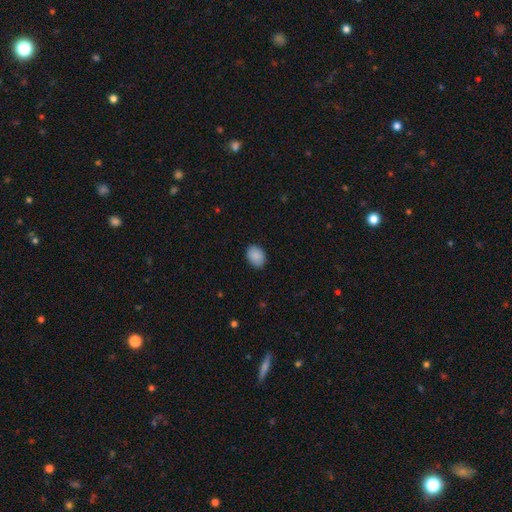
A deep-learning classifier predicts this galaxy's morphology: smooth-or-featured: smooth: 90% | star or artifact: 7% | featured or disk: 3%
  how-rounded: in between: 70% | round: 29% | cigar-shaped: 1%
  merging: none: 87% | minor disturbance: 10% | major disturbance: 2% | merger: 1%